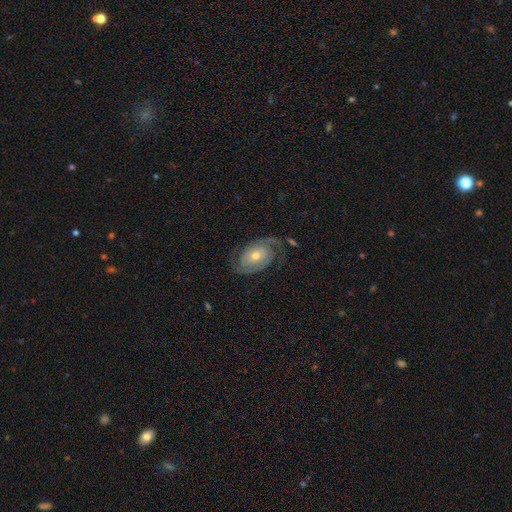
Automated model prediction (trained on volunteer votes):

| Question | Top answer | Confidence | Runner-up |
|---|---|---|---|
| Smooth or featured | featured or disk | 85% | smooth (9%) |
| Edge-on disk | no | 97% | yes (3%) |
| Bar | no | 71% | weak (23%) |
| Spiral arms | yes | 96% | no (4%) |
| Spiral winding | tight | 43% | medium (40%) |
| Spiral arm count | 2 | 86% | can't tell (5%) |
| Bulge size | moderate | 57% | small (37%) |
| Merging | none | 73% | minor disturbance (15%) |